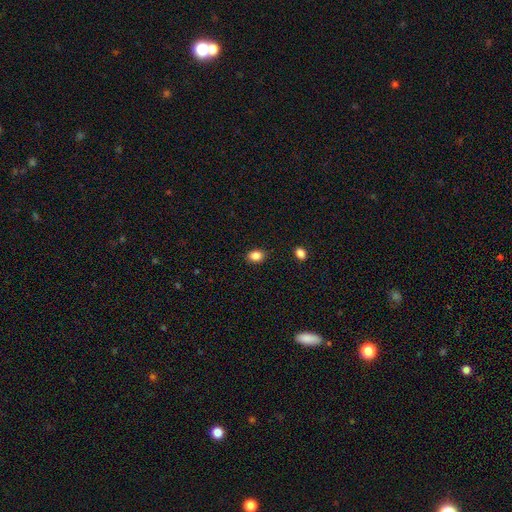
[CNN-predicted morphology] This is clearly a smooth galaxy (86%). How rounded: likely in between (68%). Merging: clearly none (88%).